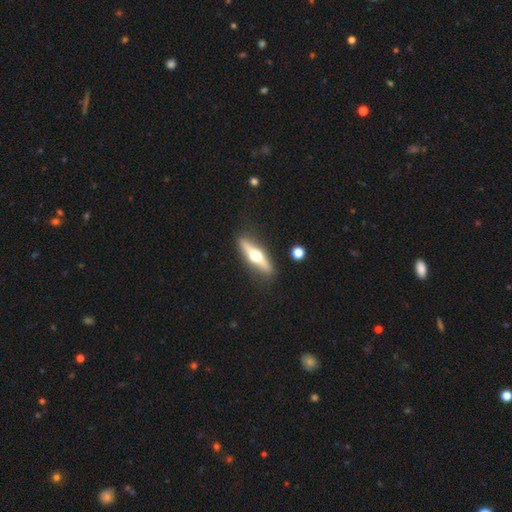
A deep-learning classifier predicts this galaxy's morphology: featured or disk 67%, smooth 28%, star or artifact 5%. Down the decision tree: edge-on disk — yes (94%); edge-on bulge — rounded (96%); merging — none (88%).